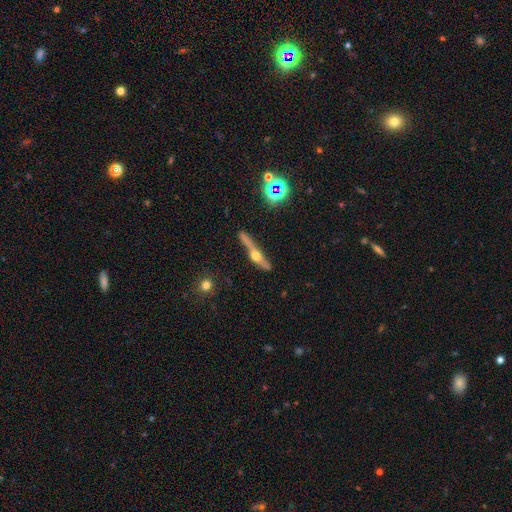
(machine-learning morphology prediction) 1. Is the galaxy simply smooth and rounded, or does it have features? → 69% featured or disk, 22% smooth, 9% star or artifact.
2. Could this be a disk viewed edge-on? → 94% yes, 6% no.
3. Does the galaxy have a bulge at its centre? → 92% rounded, 4% boxy, 4% none.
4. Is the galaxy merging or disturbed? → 72% none, 17% minor disturbance, 6% major disturbance, 5% merger.